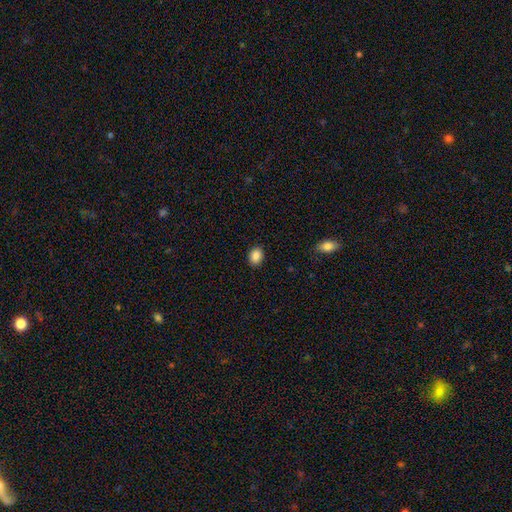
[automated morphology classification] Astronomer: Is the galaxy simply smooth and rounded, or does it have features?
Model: smooth — 87%.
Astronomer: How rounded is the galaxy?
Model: in between — 59% (runner-up: round, 40%).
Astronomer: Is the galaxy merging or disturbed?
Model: none — 89%.